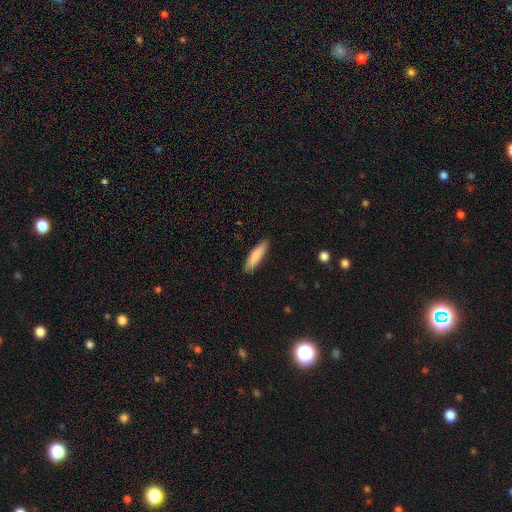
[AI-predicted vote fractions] smooth-or-featured: smooth: 86% | featured or disk: 9% | star or artifact: 5%
  how-rounded: cigar-shaped: 71% | in between: 28% | round: 1%
  merging: none: 90% | minor disturbance: 8% | major disturbance: 2% | merger: 1%